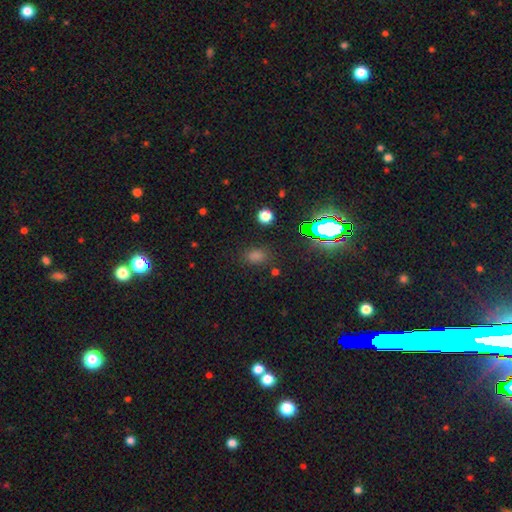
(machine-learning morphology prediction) type=smooth (60%); roundness=in between (66%); merging=none (84%).